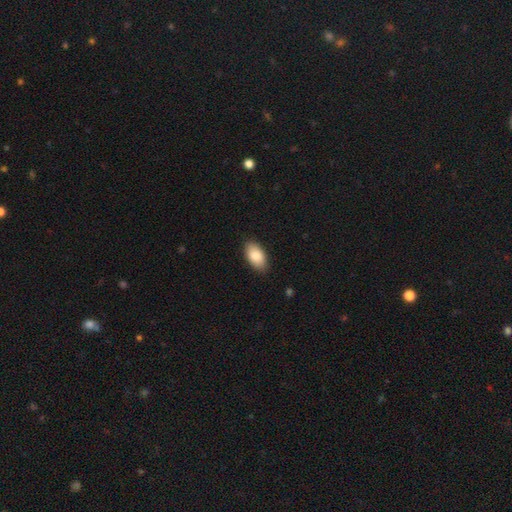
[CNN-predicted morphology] Smooth or featured? Predicted: smooth (p=0.86). How rounded? Predicted: in between (p=0.94). Merging? Predicted: none (p=0.87).